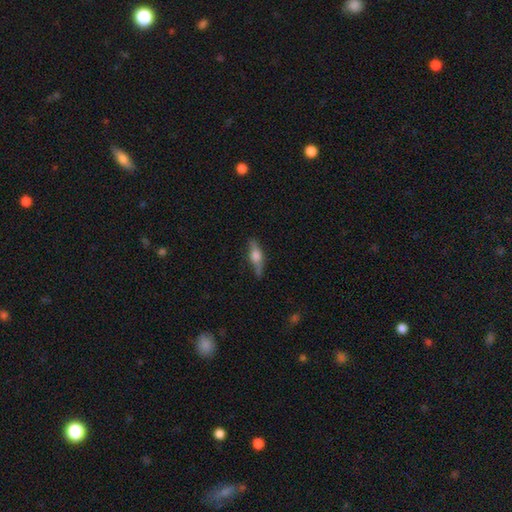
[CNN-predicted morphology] A featured or disk galaxy (50%) viewed edge-on (92%).

Vote fractions:
- Smooth or featured? featured or disk: 50% / smooth: 43% / star or artifact: 7%
- Edge-on disk? yes: 92% / no: 8%
- Merging? none: 76% / minor disturbance: 18% / major disturbance: 4% / merger: 2%